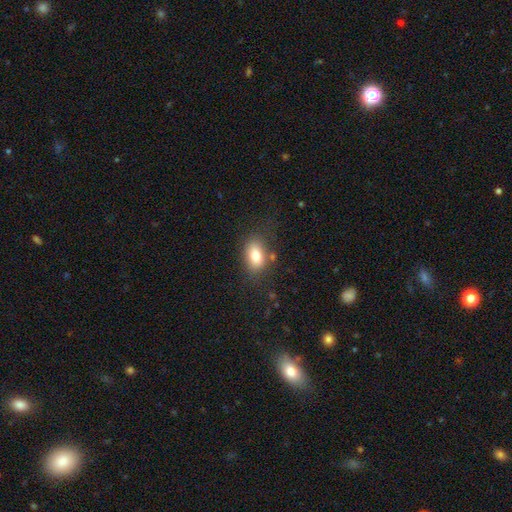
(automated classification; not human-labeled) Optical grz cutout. It shows a smooth galaxy with no disk features (82%) that is in between round and cigar-shaped (89%). Merging: none (74%).